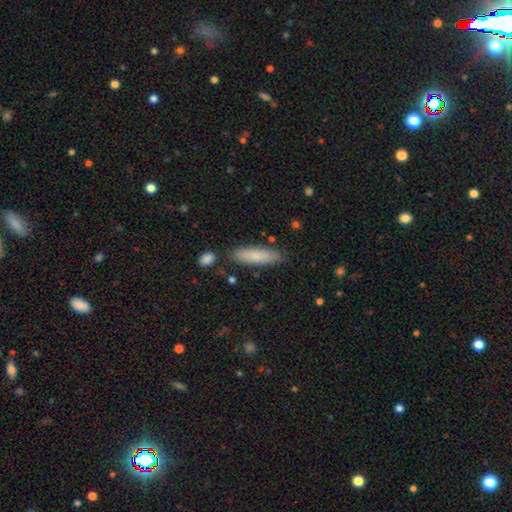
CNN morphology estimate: smooth-or-featured: smooth: 82% | featured or disk: 12% | star or artifact: 6%
  how-rounded: cigar-shaped: 65% | in between: 34% | round: 2%
  merging: none: 84% | minor disturbance: 11% | merger: 3% | major disturbance: 2%